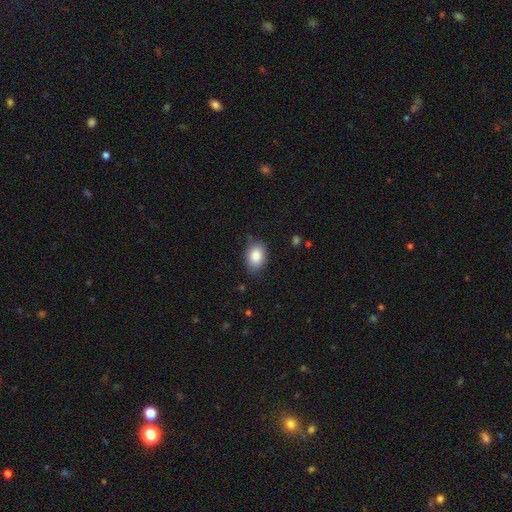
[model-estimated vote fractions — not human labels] Smooth or featured: smooth — 86% (star or artifact — 7%)
How rounded: in between — 78% (round — 21%)
Merging: none — 79% (minor disturbance — 17%)